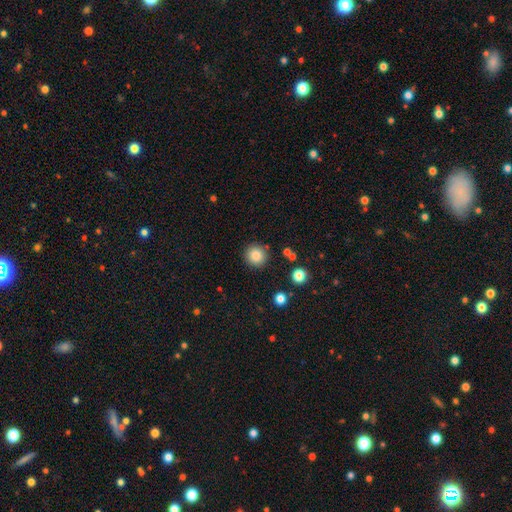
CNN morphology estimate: This is clearly a smooth galaxy (84%). How rounded: clearly round (94%). Merging: clearly none (89%).